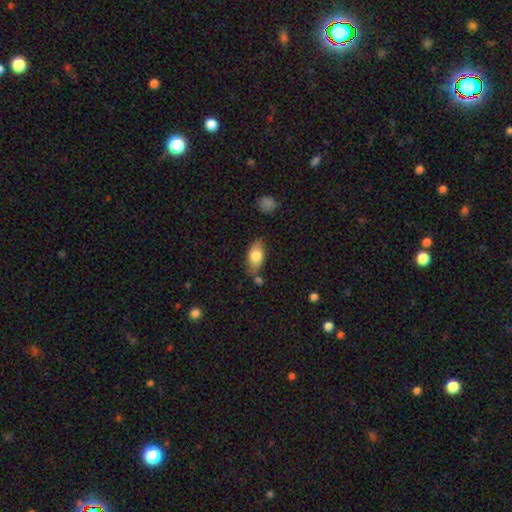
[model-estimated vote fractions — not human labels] A smooth galaxy with no disk features (76%) that is in between round and cigar-shaped (89%). Merging: none (72%).